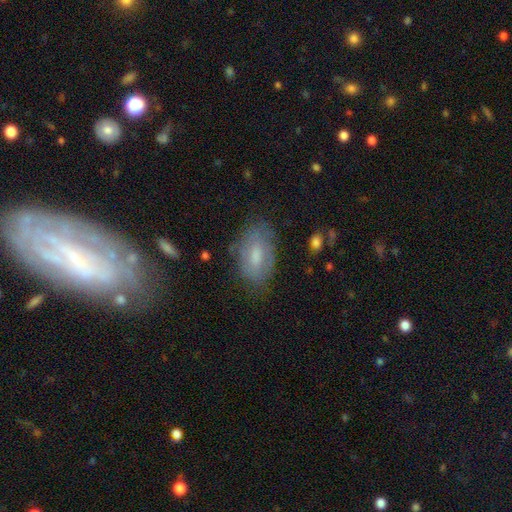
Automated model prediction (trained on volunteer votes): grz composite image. It shows a smooth galaxy with no disk features (61%) that is in between round and cigar-shaped (91%). Merging: none (69%).